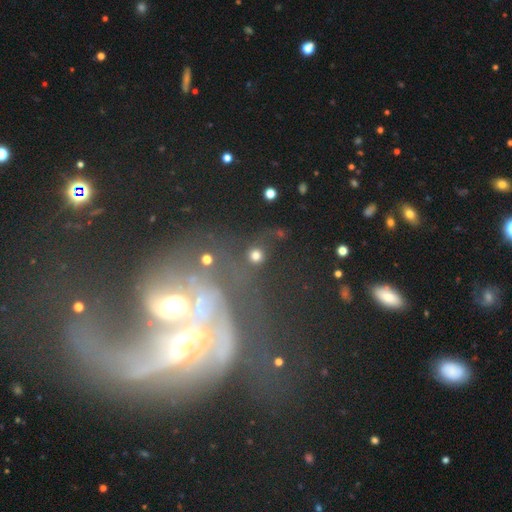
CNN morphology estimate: Q: Smooth or featured?
A: smooth (63%); runner-up: star or artifact (19%)
Q: How rounded?
A: round (91%); runner-up: in between (8%)
Q: Merging?
A: none (72%); runner-up: minor disturbance (11%)